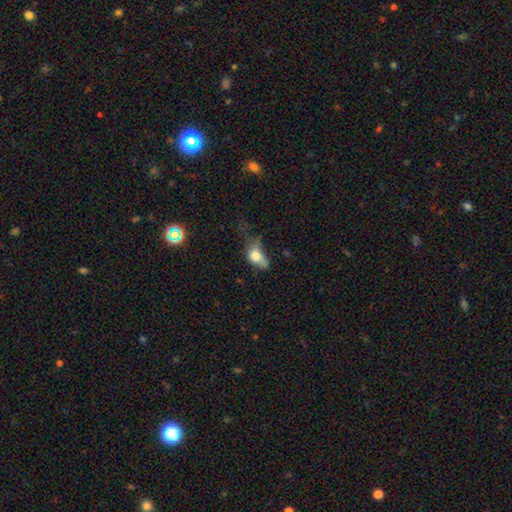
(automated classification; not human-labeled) smooth-or-featured: smooth: 70% | featured or disk: 21% | star or artifact: 10%
  how-rounded: in between: 74% | round: 23% | cigar-shaped: 4%
  merging: major disturbance: 42% | minor disturbance: 30% | none: 21% | merger: 6%